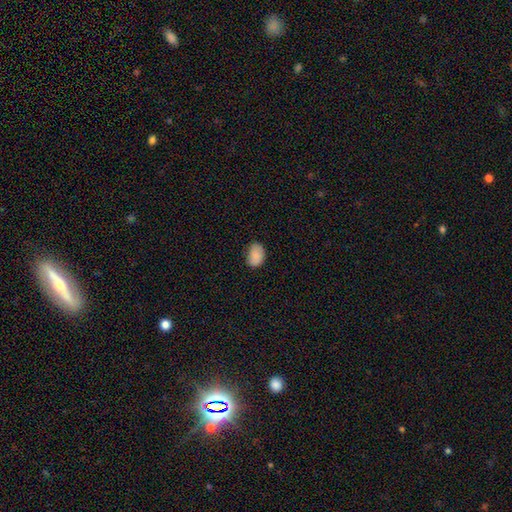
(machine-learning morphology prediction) Smooth or featured? smooth (87%)
How rounded? in between (83%)
Merging? none (76%)